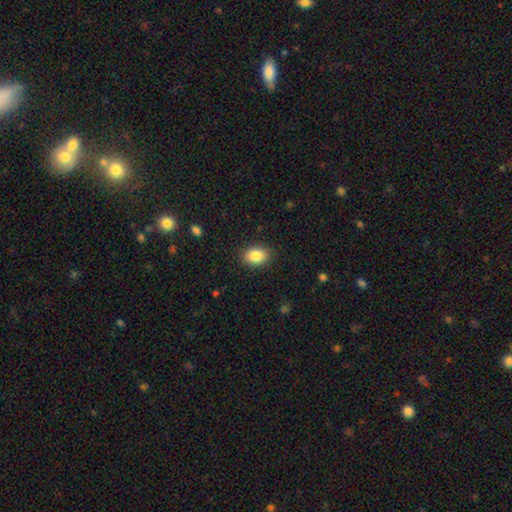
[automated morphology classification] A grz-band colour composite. It shows a smooth galaxy with no disk features (85%) that is in between round and cigar-shaped (81%). Merging: none (88%).